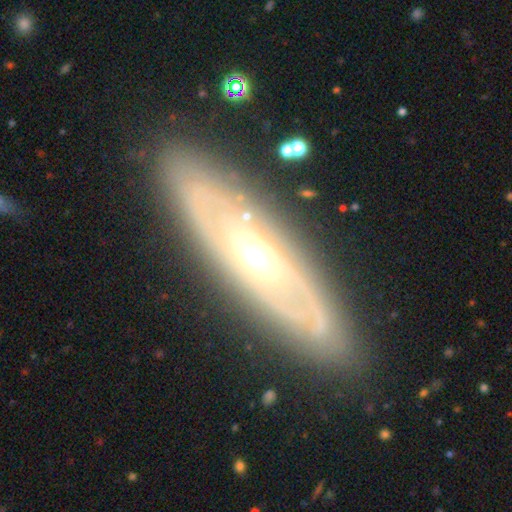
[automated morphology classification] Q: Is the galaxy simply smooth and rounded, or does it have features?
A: featured or disk — 80%.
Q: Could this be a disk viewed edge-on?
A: no — 71%.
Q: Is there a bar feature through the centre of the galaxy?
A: no — 58%.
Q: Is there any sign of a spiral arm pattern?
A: yes — 74%.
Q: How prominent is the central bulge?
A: moderate — 62%.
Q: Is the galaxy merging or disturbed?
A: none — 86%.